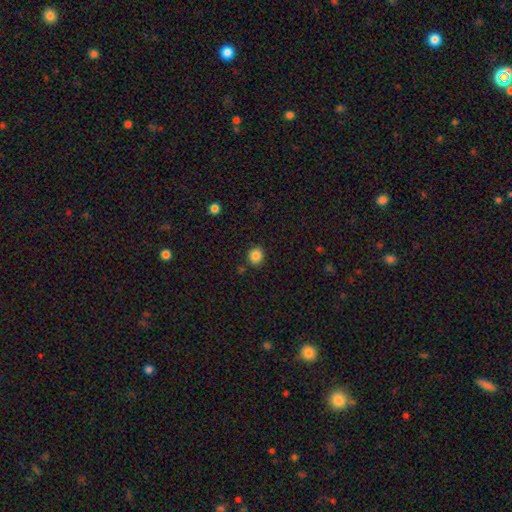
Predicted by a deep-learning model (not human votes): smooth 85%, star or artifact 10%, featured or disk 5%. Down the decision tree: how rounded — round (81%); merging — none (87%).